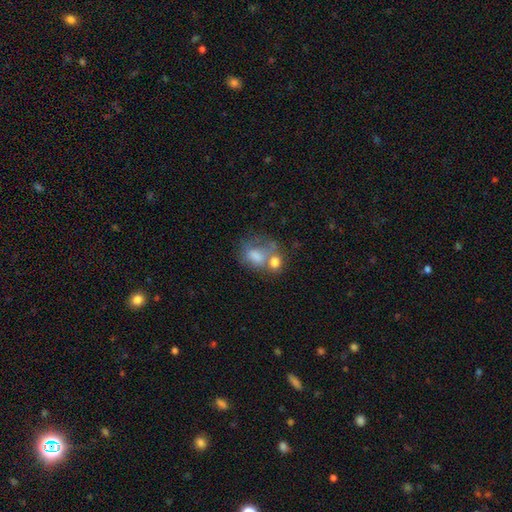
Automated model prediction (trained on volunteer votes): Smooth or featured? Predicted: smooth (p=0.67). How rounded? Predicted: in between (p=0.65). Merging? Predicted: merger (p=0.51).